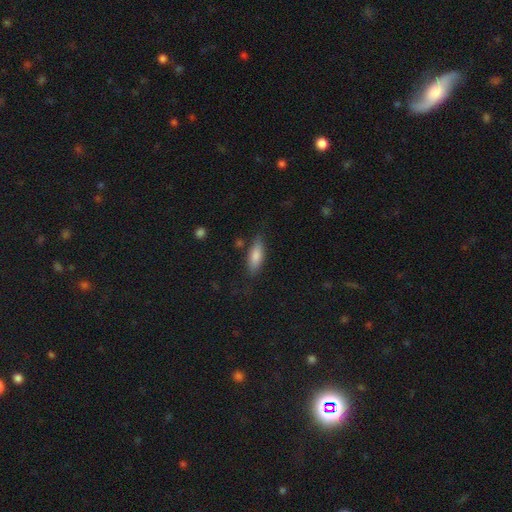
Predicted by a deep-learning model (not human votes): Q: Smooth or featured?
A: smooth (75%); runner-up: featured or disk (17%)
Q: How rounded?
A: in between (60%); runner-up: cigar-shaped (37%)
Q: Merging?
A: none (75%); runner-up: minor disturbance (18%)